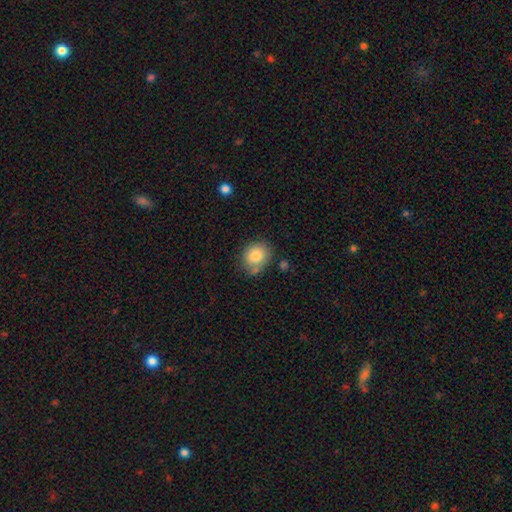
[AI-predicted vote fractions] Q: Smooth or featured?
A: smooth (82%); runner-up: featured or disk (9%)
Q: How rounded?
A: round (68%); runner-up: in between (31%)
Q: Merging?
A: none (68%); runner-up: minor disturbance (19%)